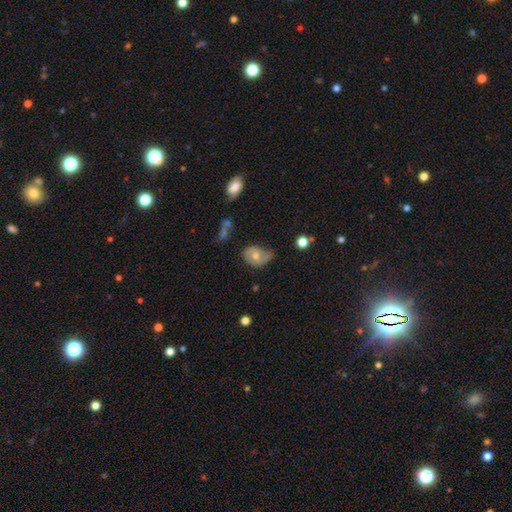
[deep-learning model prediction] Overall: smooth (54%; featured or disk 38%). How rounded: in between (62%; round 37%). Merging: minor disturbance (43%; none 36%).